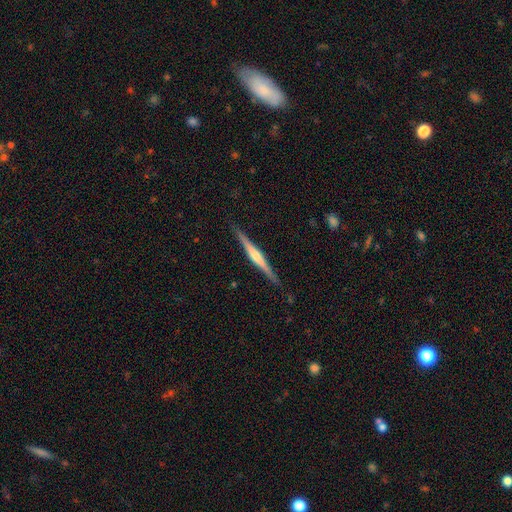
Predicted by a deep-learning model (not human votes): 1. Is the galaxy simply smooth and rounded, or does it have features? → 75% featured or disk, 20% smooth, 5% star or artifact.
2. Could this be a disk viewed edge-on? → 98% yes, 2% no.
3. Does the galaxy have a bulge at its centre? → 67% rounded, 17% boxy, 15% none.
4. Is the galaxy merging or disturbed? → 90% none, 7% minor disturbance, 1% major disturbance, 1% merger.